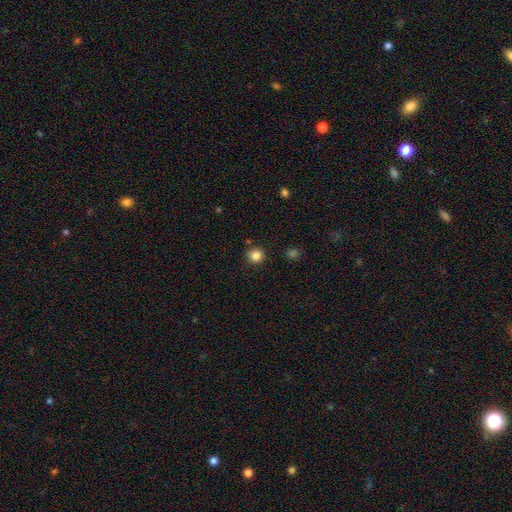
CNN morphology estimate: Smooth or featured?
  - smooth: 84% *
  - star or artifact: 12%
  - featured or disk: 4%
How rounded?
  - round: 90% *
  - in between: 9%
  - cigar-shaped: 1%
Merging?
  - none: 87% *
  - minor disturbance: 8%
  - merger: 2%
  - major disturbance: 2%